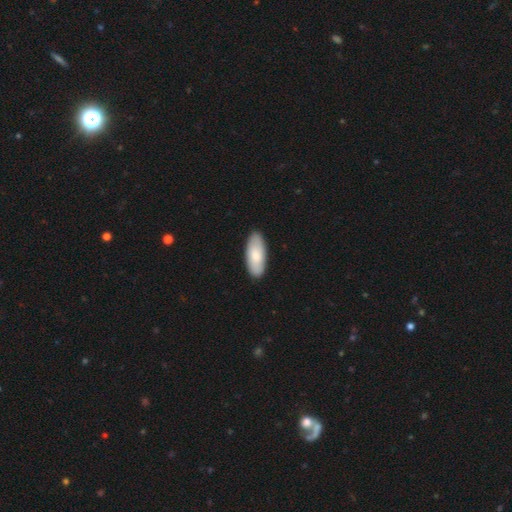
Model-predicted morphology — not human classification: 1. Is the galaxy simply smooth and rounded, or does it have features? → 80% smooth, 15% featured or disk, 5% star or artifact.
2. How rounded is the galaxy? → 83% in between, 15% cigar-shaped, 2% round.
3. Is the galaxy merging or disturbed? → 89% none, 9% minor disturbance, 2% major disturbance, 1% merger.